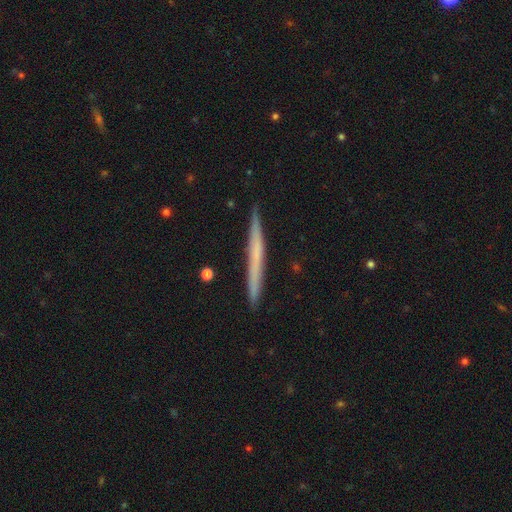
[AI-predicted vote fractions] Overall: smooth (48%; featured or disk 45%). Merging: none (91%).